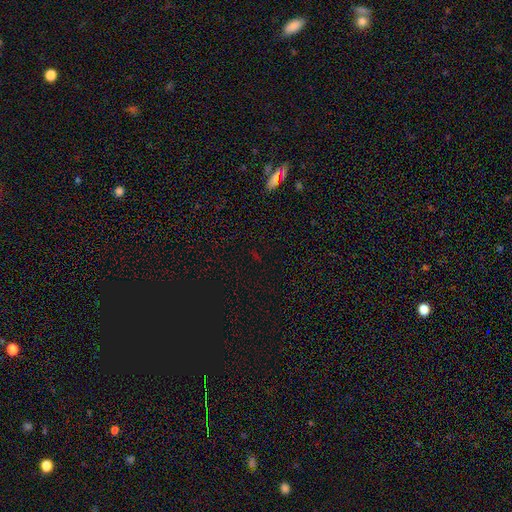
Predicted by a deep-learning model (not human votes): Q: Smooth or featured?
A: star or artifact (70%); runner-up: smooth (21%)